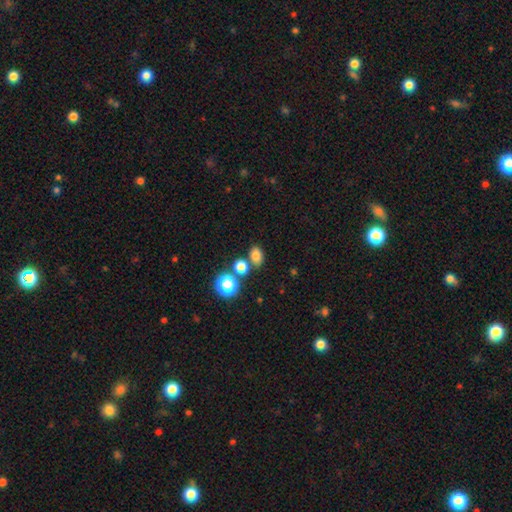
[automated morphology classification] A smooth galaxy with no disk features (78%) that is in between round and cigar-shaped (68%).

Vote fractions:
- Smooth or featured? smooth: 78% / star or artifact: 16% / featured or disk: 6%
- How rounded? in between: 68% / round: 31% / cigar-shaped: 1%
- Merging? none: 70% / merger: 16% / minor disturbance: 11% / major disturbance: 4%